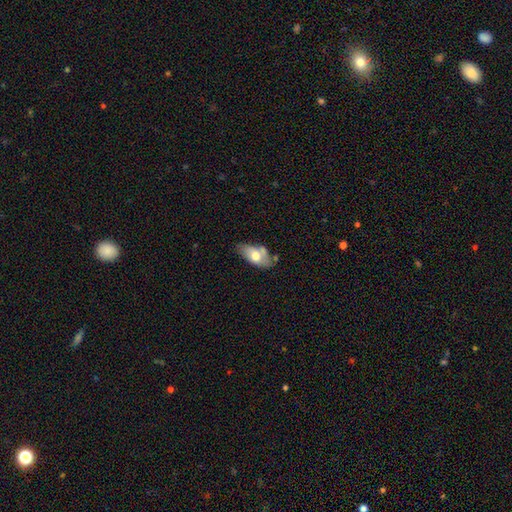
Volunteers were most divided on "merging": none: 41%, minor disturbance: 33%, merger: 21%, major disturbance: 5%. More confident: how rounded — in between (96%); smooth or featured — smooth (65%).